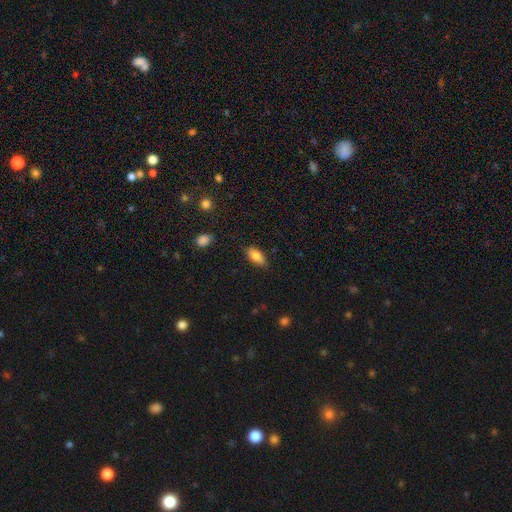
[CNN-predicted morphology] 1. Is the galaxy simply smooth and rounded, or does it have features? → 84% smooth, 9% featured or disk, 7% star or artifact.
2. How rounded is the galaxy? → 87% in between, 10% cigar-shaped, 3% round.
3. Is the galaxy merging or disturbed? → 82% none, 13% minor disturbance, 3% major disturbance, 1% merger.